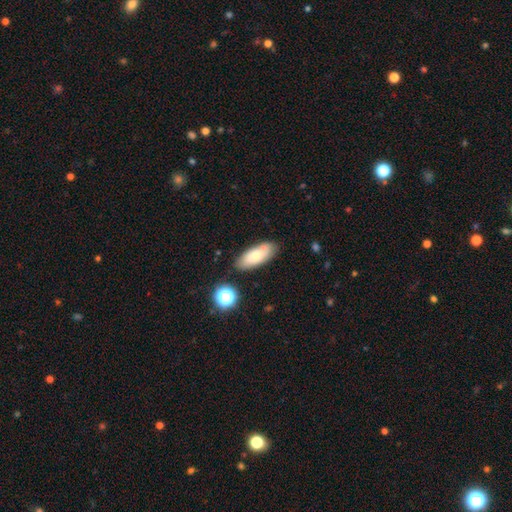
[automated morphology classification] This appears to be a smooth galaxy with no disk features (69%) that is in between round and cigar-shaped (79%). Merging: none (76%).